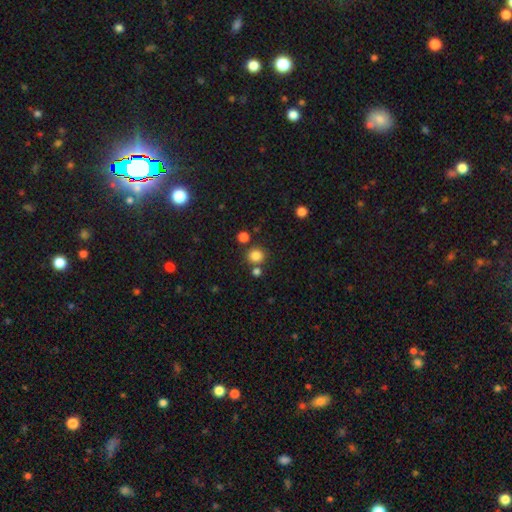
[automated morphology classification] A smooth galaxy with no disk features (82%) that is round (90%). Merging: none (77%).